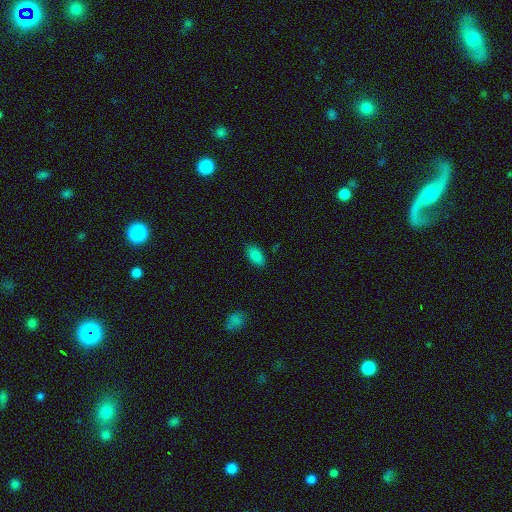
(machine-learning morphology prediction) type=smooth (86%); roundness=in between (93%); merging=none (85%).